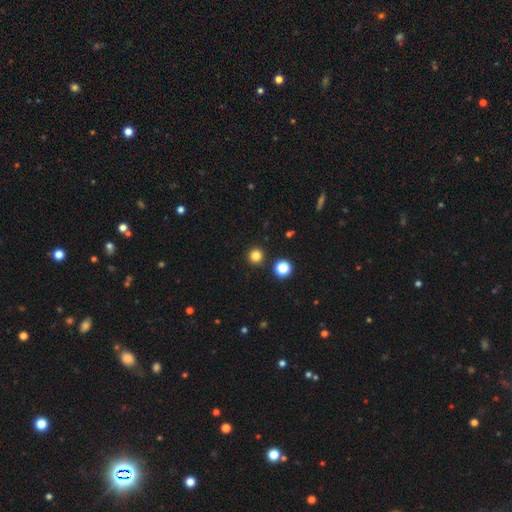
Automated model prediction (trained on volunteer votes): This appears to be a smooth galaxy with no disk features (82%) that is round (96%). Merging: none (91%).